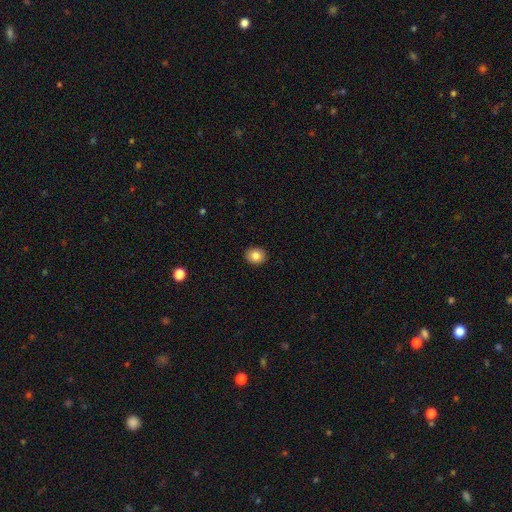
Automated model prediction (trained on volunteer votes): Q: Smooth or featured?
A: smooth (84%); runner-up: star or artifact (9%)
Q: How rounded?
A: round (70%); runner-up: in between (29%)
Q: Merging?
A: none (92%); runner-up: minor disturbance (6%)